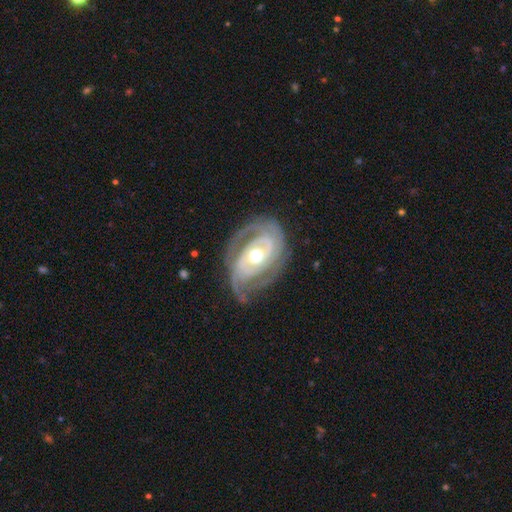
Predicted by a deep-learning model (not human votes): Q: Smooth or featured?
A: featured or disk (91%); runner-up: smooth (5%)
Q: Edge-on disk?
A: no (96%); runner-up: yes (4%)
Q: Bar?
A: no (57%); runner-up: weak (27%)
Q: Spiral arms?
A: yes (97%); runner-up: no (3%)
Q: Spiral winding?
A: tight (64%); runner-up: medium (30%)
Q: Spiral arm count?
A: 2 (47%); runner-up: 3 (25%)
Q: Bulge size?
A: moderate (75%); runner-up: small (14%)
Q: Merging?
A: none (73%); runner-up: minor disturbance (18%)